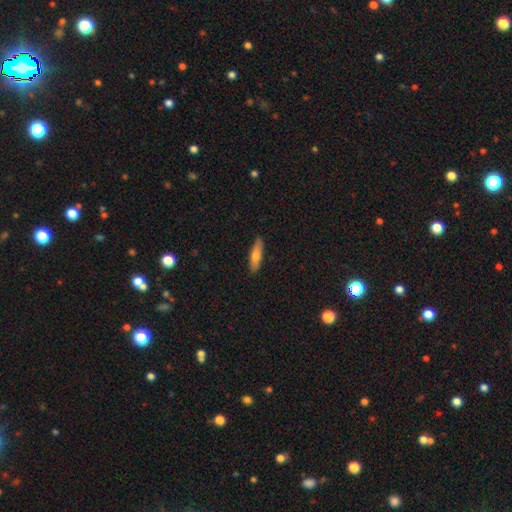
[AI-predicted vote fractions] A smooth galaxy with no disk features (68%) that is cigar-shaped (66%).

Vote fractions:
- Smooth or featured? smooth: 68% / featured or disk: 26% / star or artifact: 6%
- How rounded? cigar-shaped: 66% / in between: 32% / round: 2%
- Merging? none: 89% / minor disturbance: 9% / major disturbance: 2% / merger: 1%